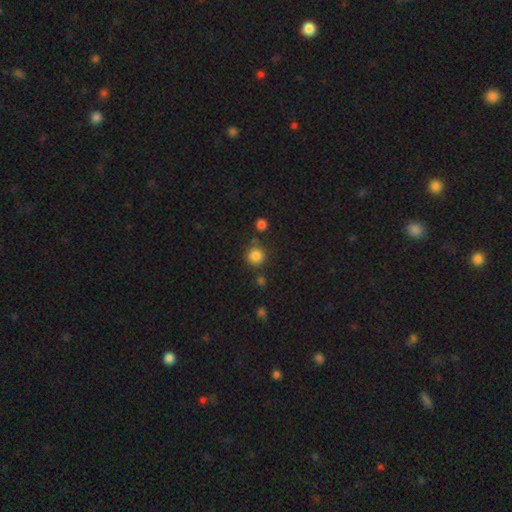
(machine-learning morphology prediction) Smooth or featured? Predicted: smooth (p=0.84). How rounded? Predicted: round (p=0.92). Merging? Predicted: none (p=0.80).